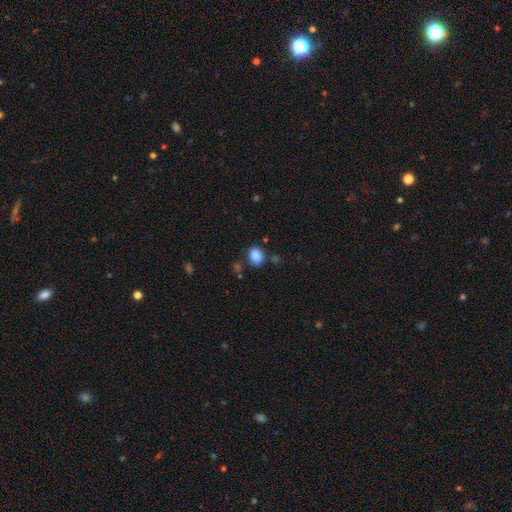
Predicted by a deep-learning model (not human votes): A smooth galaxy with no disk features (86%) that is in between round and cigar-shaped (58%).

Vote fractions:
- Smooth or featured? smooth: 86% / star or artifact: 9% / featured or disk: 4%
- How rounded? in between: 58% / round: 41% / cigar-shaped: 1%
- Merging? none: 72% / minor disturbance: 16% / merger: 6% / major disturbance: 5%